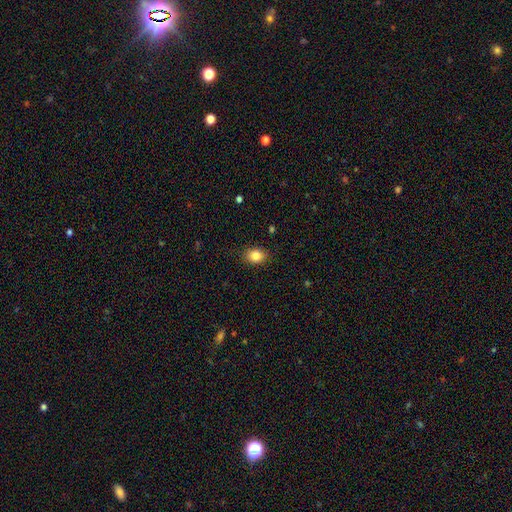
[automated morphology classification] This appears to be a smooth galaxy with no disk features (84%) that is in between round and cigar-shaped (61%). Merging: none (88%).